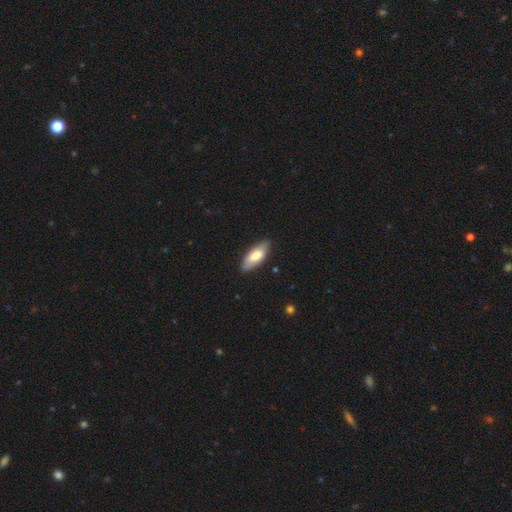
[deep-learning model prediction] Q: Smooth or featured?
A: smooth (71%); runner-up: featured or disk (24%)
Q: How rounded?
A: in between (79%); runner-up: cigar-shaped (19%)
Q: Merging?
A: none (82%); runner-up: minor disturbance (15%)